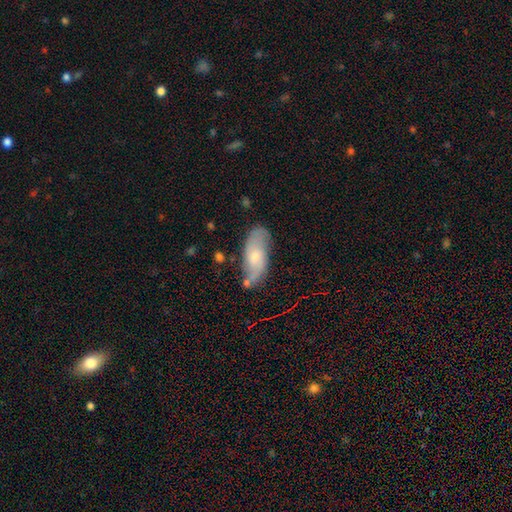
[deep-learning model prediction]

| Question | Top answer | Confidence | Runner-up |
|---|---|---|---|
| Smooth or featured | featured or disk | 51% | smooth (41%) |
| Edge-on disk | no | 86% | yes (14%) |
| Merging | none | 70% | minor disturbance (21%) |